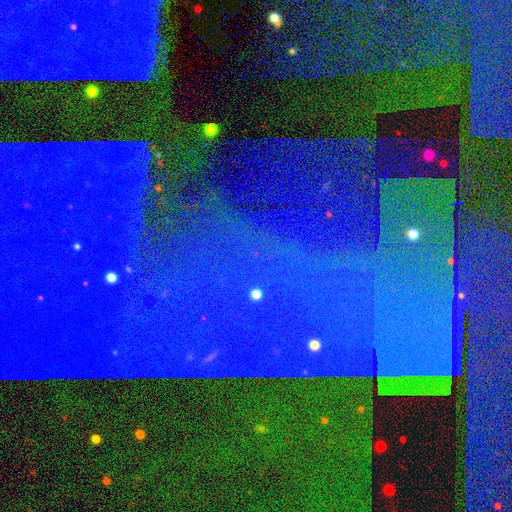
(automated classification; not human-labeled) The model was most divided on "smooth or featured": star or artifact: 87%, featured or disk: 7%, smooth: 6%.